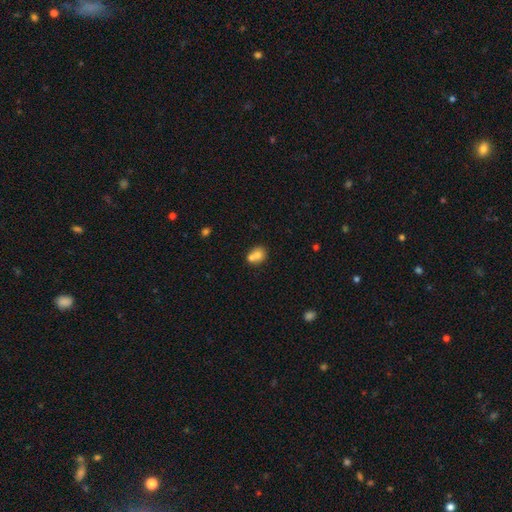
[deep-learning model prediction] Smooth or featured? Predicted: smooth (p=0.72). How rounded? Predicted: round (p=0.63). Merging? Predicted: merger (p=0.56).